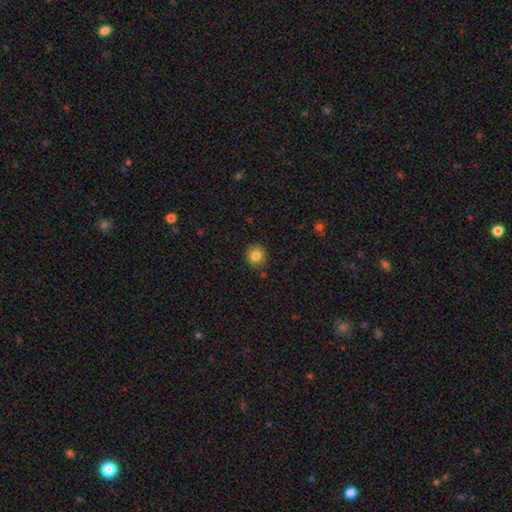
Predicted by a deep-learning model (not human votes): Morphology: type=smooth (83%); roundness=round (85%); merging=none (88%).